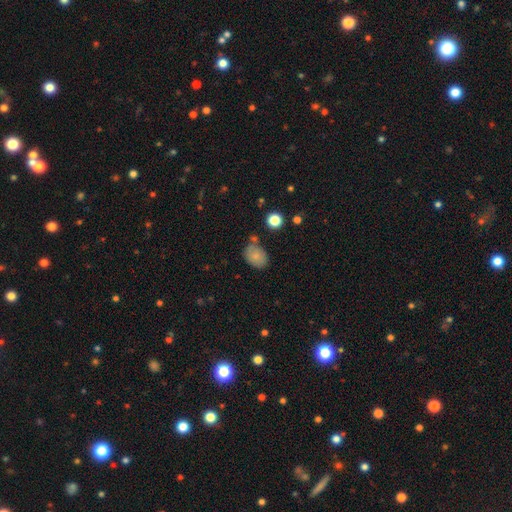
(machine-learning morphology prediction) Smooth or featured? smooth (82%)
How rounded? in between (75%)
Merging? none (65%)